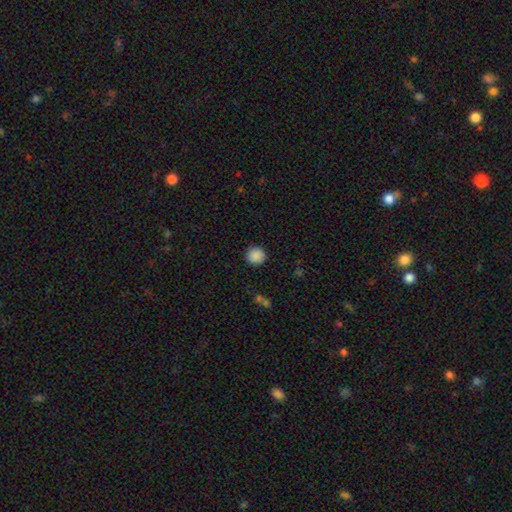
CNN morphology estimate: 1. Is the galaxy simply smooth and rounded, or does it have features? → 89% smooth, 8% star or artifact, 3% featured or disk.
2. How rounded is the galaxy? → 94% round, 5% in between, 1% cigar-shaped.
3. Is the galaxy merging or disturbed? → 90% none, 7% minor disturbance, 2% major disturbance, 1% merger.